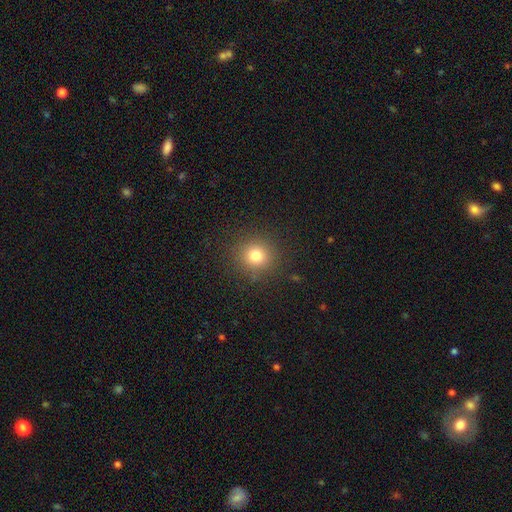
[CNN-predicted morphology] A smooth galaxy with no disk features (78%) that is round (91%).

Vote fractions:
- Smooth or featured? smooth: 78% / star or artifact: 15% / featured or disk: 7%
- How rounded? round: 91% / in between: 8% / cigar-shaped: 1%
- Merging? none: 89% / minor disturbance: 7% / major disturbance: 3% / merger: 1%